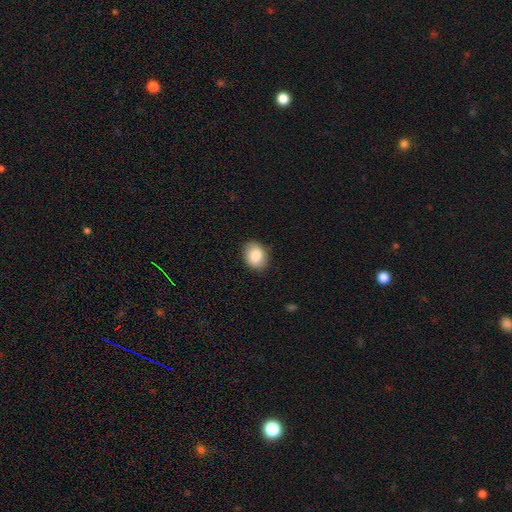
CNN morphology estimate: Smooth or featured: smooth — 86% (featured or disk — 7%)
How rounded: in between — 65% (round — 34%)
Merging: none — 86% (minor disturbance — 11%)